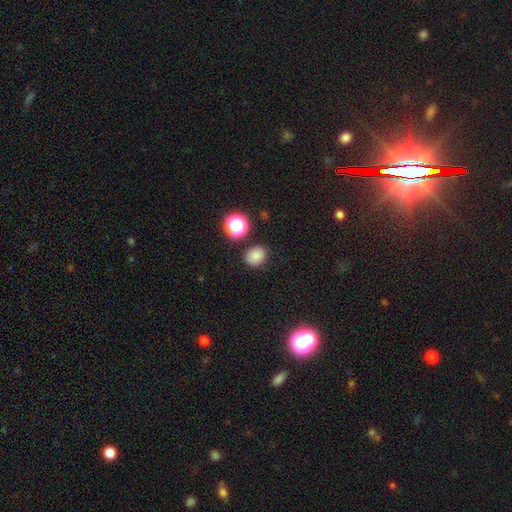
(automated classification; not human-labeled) Overall: smooth (80%). How rounded: round (64%; in between 35%). Merging: none (85%).